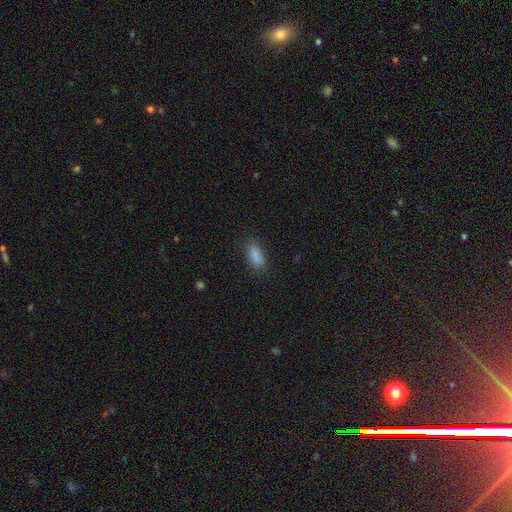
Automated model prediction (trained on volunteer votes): Smooth or featured?
  - smooth: 86% *
  - star or artifact: 9%
  - featured or disk: 5%
How rounded?
  - in between: 80% *
  - cigar-shaped: 17%
  - round: 3%
Merging?
  - none: 80% *
  - minor disturbance: 14%
  - major disturbance: 4%
  - merger: 1%